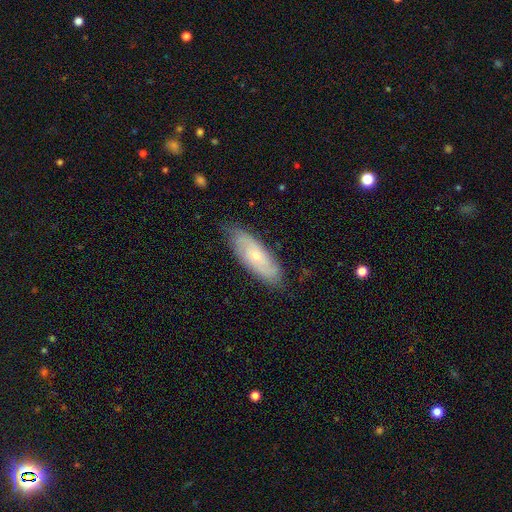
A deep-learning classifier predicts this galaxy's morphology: Overall: featured or disk (57%; smooth 37%). Edge-on disk: no (81%). Merging: none (78%).